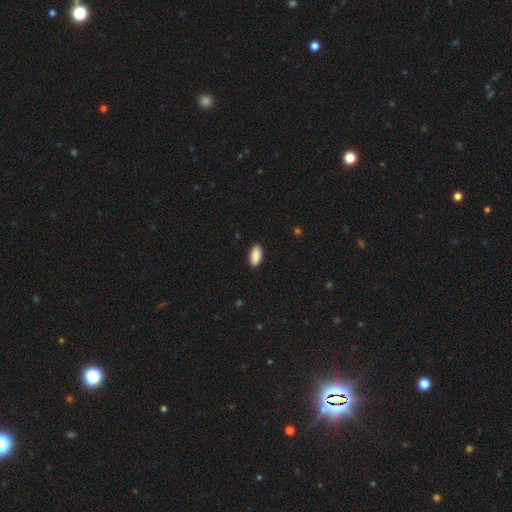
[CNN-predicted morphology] Smooth or featured? smooth (90%)
How rounded? in between (90%)
Merging? none (89%)